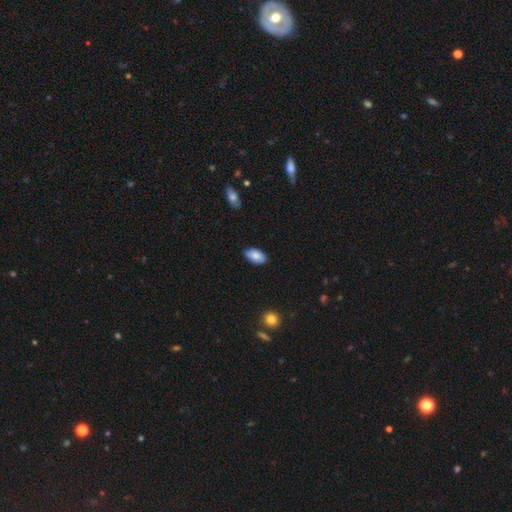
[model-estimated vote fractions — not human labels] This appears to be a smooth galaxy with no disk features (85%) that is in between round and cigar-shaped (95%). Merging: none (85%).